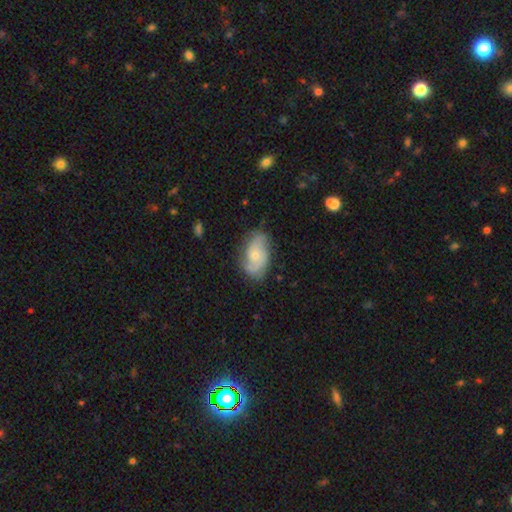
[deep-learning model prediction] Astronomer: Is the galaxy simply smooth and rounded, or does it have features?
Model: featured or disk — 59% (runner-up: smooth, 35%).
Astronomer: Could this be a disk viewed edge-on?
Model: no — 95%.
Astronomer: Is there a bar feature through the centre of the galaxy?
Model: no — 77%.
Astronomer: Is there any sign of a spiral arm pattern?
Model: yes — 82%.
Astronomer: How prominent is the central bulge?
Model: small — 59% (runner-up: moderate, 36%).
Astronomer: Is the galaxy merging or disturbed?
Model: none — 65%.